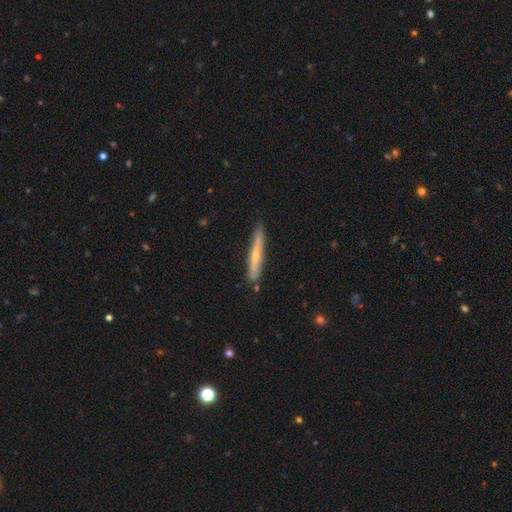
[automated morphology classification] smooth_or_featured: smooth (p=0.48) [alt: featured or disk p=0.46]
merging: none (p=0.80) [alt: minor disturbance p=0.15]